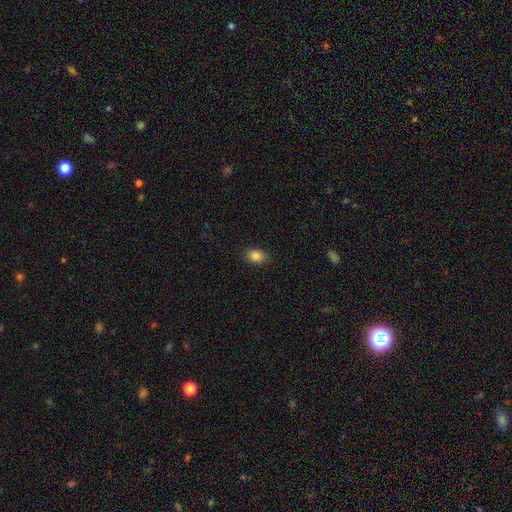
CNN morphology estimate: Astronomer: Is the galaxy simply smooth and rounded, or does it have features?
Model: smooth — 86%.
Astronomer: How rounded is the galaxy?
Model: in between — 75%.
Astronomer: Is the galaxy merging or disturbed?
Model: none — 87%.